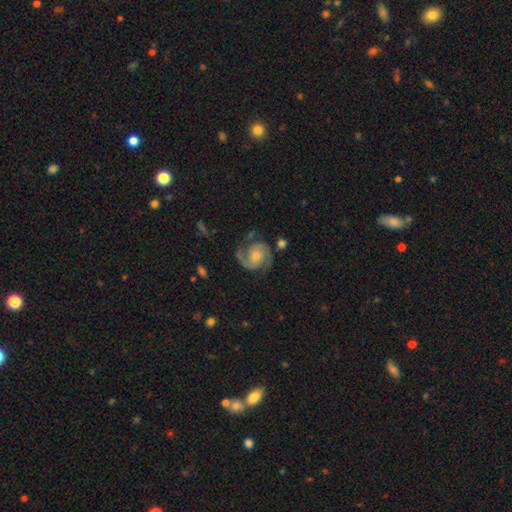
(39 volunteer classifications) Smooth or featured? 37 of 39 (95%) said featured or disk. Edge-on disk? 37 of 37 (100%) said no. Bar? 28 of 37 (76%) said no. Spiral arms? 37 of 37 (100%) said yes. Spiral winding? 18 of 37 (49%) said tight. Spiral arm count? 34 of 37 (92%) said 2. Bulge size? 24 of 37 (65%) said moderate. Merging? 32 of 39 (82%) said none.